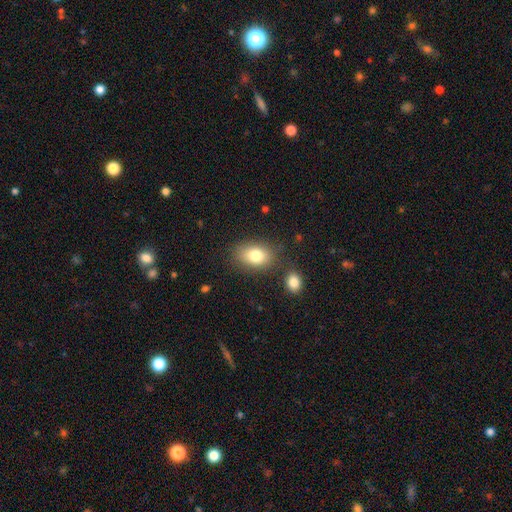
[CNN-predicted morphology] Smooth or featured? Predicted: smooth (p=0.80). How rounded? Predicted: in between (p=0.81). Merging? Predicted: none (p=0.76).